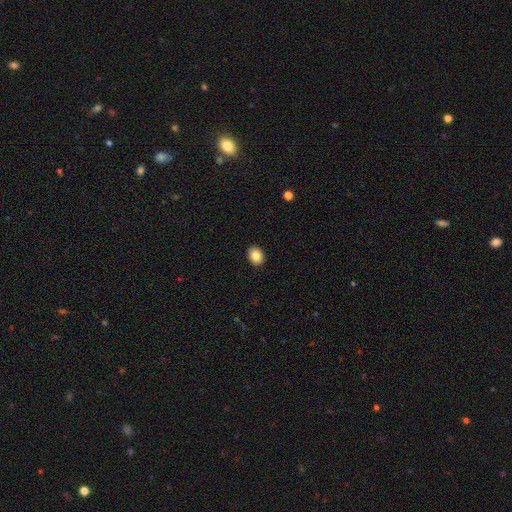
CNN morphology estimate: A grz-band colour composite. It shows a smooth galaxy with no disk features (85%) that is in between round and cigar-shaped (56%). Merging: none (91%).